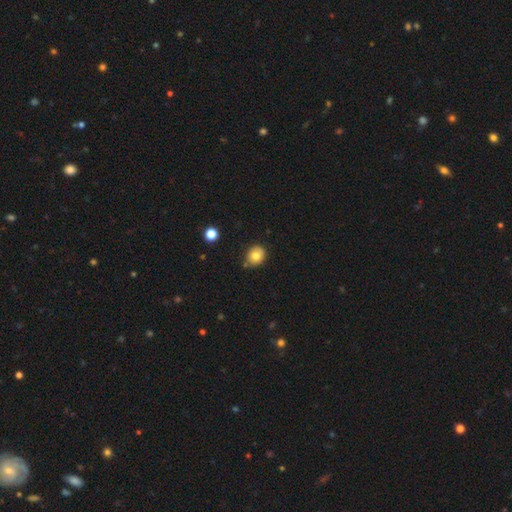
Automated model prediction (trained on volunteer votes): smooth 78%, featured or disk 11%, star or artifact 10%. Down the decision tree: how rounded — round (65%); merging — none (77%).